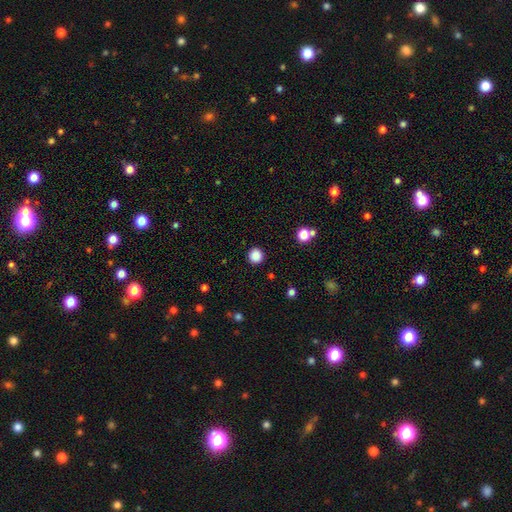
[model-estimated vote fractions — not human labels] smooth-or-featured: smooth: 86% | star or artifact: 11% | featured or disk: 3%
  how-rounded: round: 95% | in between: 4% | cigar-shaped: 1%
  merging: none: 92% | minor disturbance: 5% | major disturbance: 2% | merger: 1%